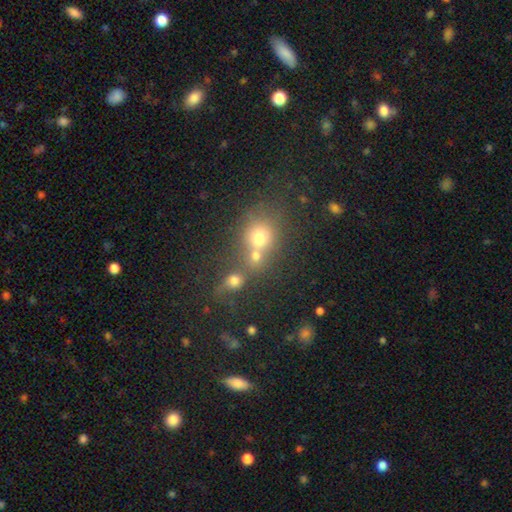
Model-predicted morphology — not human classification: A smooth galaxy with no disk features (69%) that is round (75%). Merging: merger (49%).